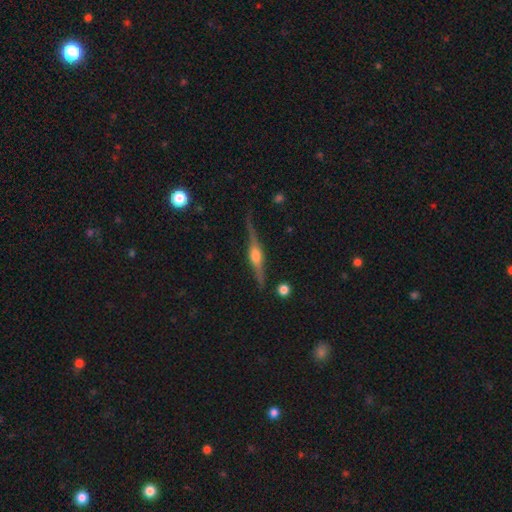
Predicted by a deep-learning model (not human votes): Smooth or featured? Predicted: featured or disk (p=0.83). Edge-on disk? Predicted: yes (p=0.98). Edge-on bulge? Predicted: rounded (p=0.91). Merging? Predicted: none (p=0.82).